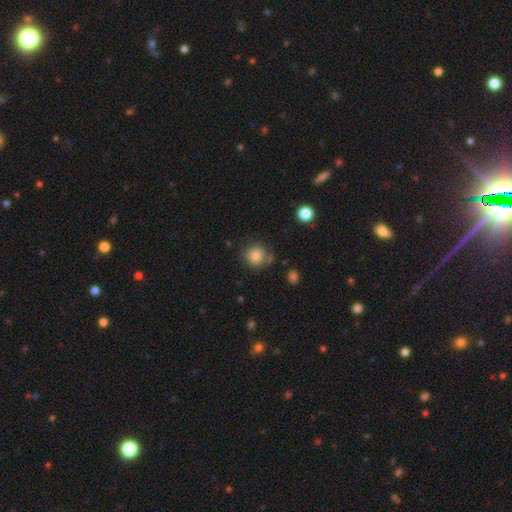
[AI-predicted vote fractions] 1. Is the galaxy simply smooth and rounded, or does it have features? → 82% smooth, 10% star or artifact, 8% featured or disk.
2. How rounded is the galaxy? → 91% round, 8% in between, 1% cigar-shaped.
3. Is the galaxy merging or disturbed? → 75% none, 14% minor disturbance, 6% merger, 5% major disturbance.